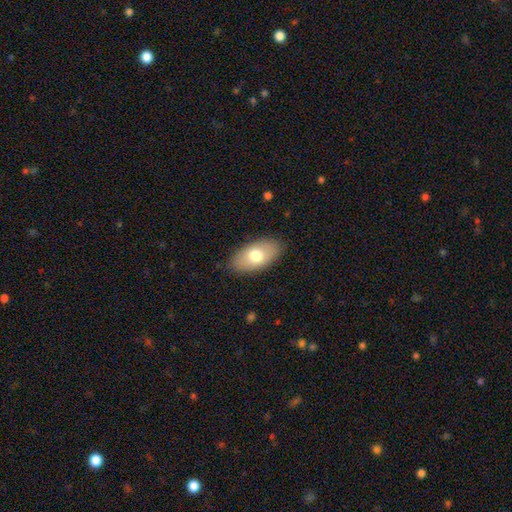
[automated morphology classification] Smooth or featured: smooth — 72% (featured or disk — 22%)
How rounded: in between — 93% (round — 4%)
Merging: none — 85% (minor disturbance — 11%)